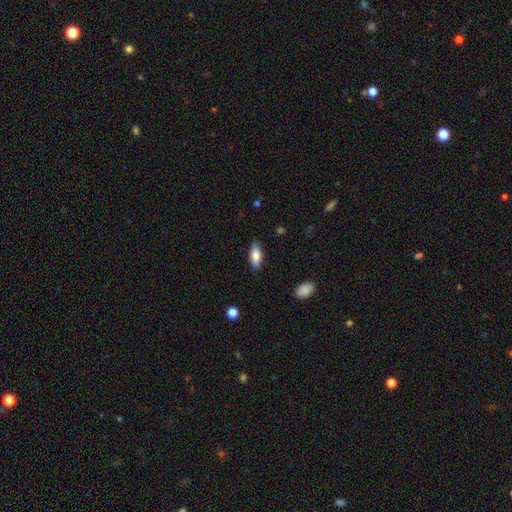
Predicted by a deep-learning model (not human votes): The model was most divided on "how rounded": in between: 79%, cigar-shaped: 19%, round: 2%. More confident: merging — none (86%); smooth or featured — smooth (80%).